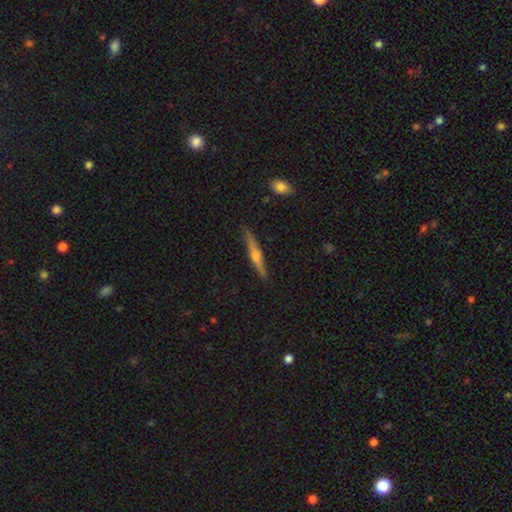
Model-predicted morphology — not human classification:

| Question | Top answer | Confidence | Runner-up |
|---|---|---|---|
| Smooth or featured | featured or disk | 72% | smooth (22%) |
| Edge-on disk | yes | 98% | no (2%) |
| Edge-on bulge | rounded | 91% | none (5%) |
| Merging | none | 91% | minor disturbance (7%) |